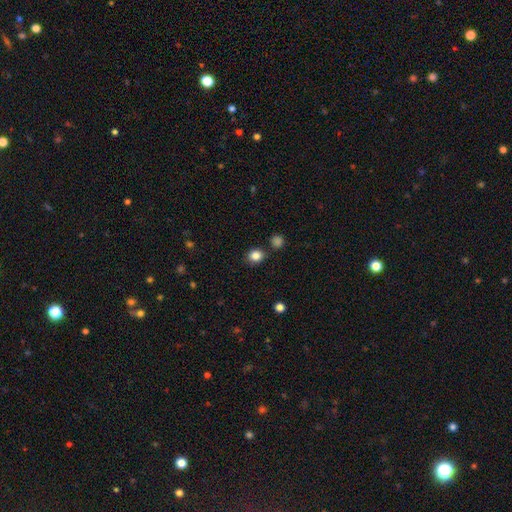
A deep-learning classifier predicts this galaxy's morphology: Smooth or featured? Predicted: smooth (p=0.84). How rounded? Predicted: round (p=0.72). Merging? Predicted: none (p=0.83).